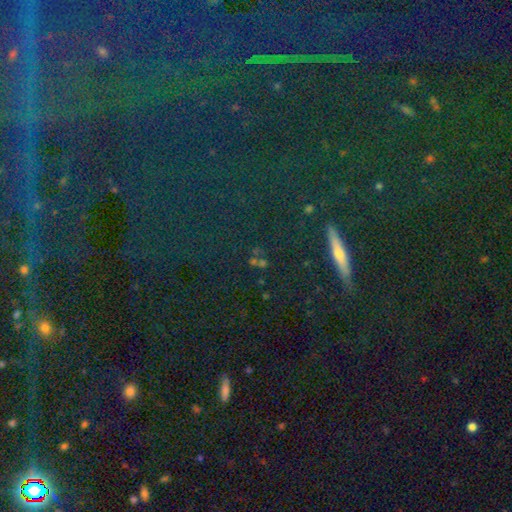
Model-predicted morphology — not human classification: A star or artifact, not a galaxy (48%).